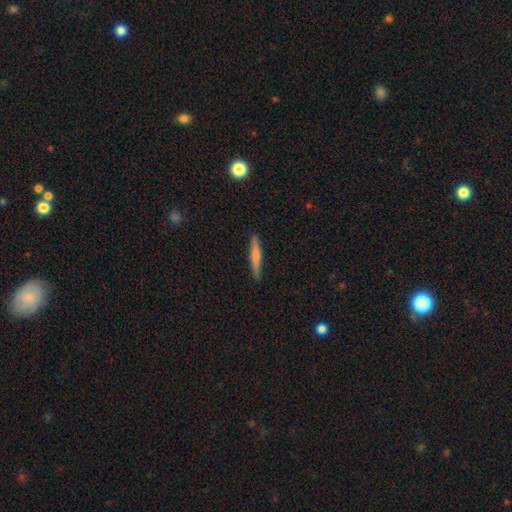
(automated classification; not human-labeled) Overall: smooth (61%; featured or disk 33%). How rounded: cigar-shaped (94%). Merging: none (90%).